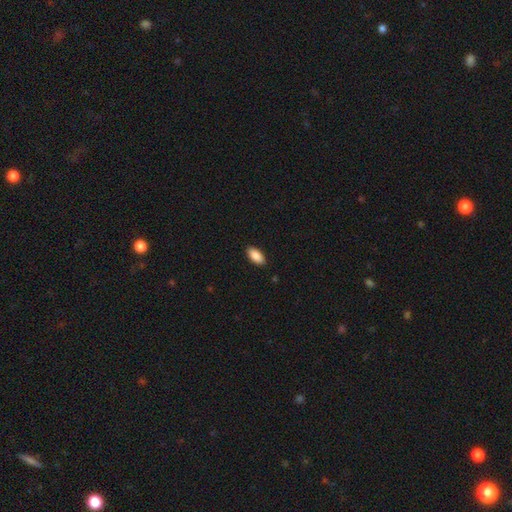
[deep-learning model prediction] Smooth or featured?
  - smooth: 89% *
  - star or artifact: 7%
  - featured or disk: 4%
How rounded?
  - in between: 92% *
  - cigar-shaped: 6%
  - round: 2%
Merging?
  - none: 89% *
  - minor disturbance: 8%
  - major disturbance: 2%
  - merger: 1%